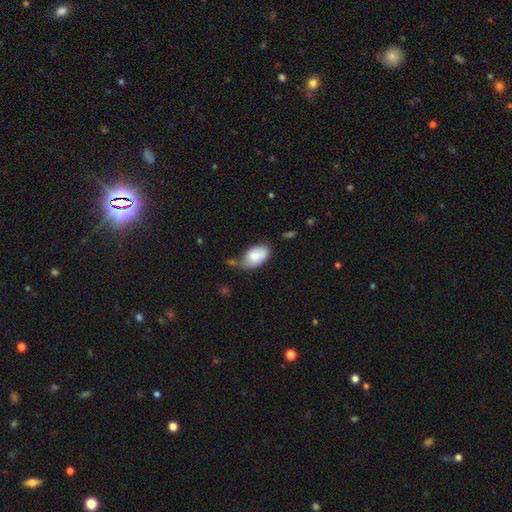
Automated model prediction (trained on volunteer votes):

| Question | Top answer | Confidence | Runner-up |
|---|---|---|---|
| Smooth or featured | smooth | 82% | featured or disk (12%) |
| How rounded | in between | 93% | round (6%) |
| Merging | none | 44% | minor disturbance (34%) |